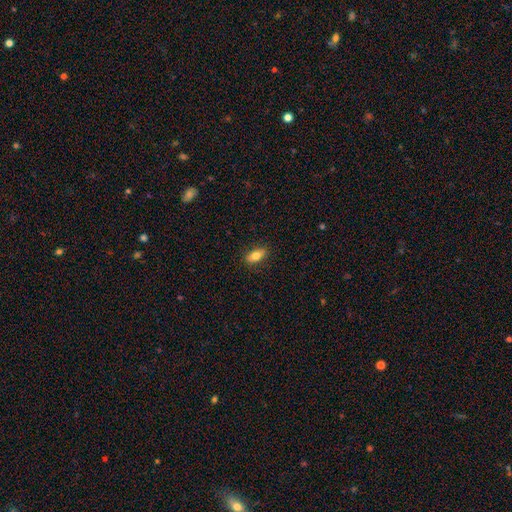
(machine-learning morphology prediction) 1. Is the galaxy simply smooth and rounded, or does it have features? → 76% smooth, 16% featured or disk, 7% star or artifact.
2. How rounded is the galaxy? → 81% in between, 15% cigar-shaped, 4% round.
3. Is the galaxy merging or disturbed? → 89% none, 9% minor disturbance, 2% major disturbance, 1% merger.